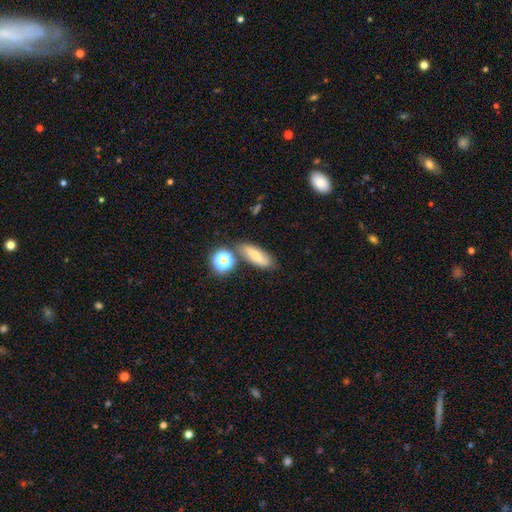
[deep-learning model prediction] Smooth or featured?
  - smooth: 61% *
  - featured or disk: 26%
  - star or artifact: 14%
How rounded?
  - in between: 56% *
  - cigar-shaped: 36%
  - round: 9%
Merging?
  - none: 75% *
  - minor disturbance: 13%
  - merger: 9%
  - major disturbance: 4%